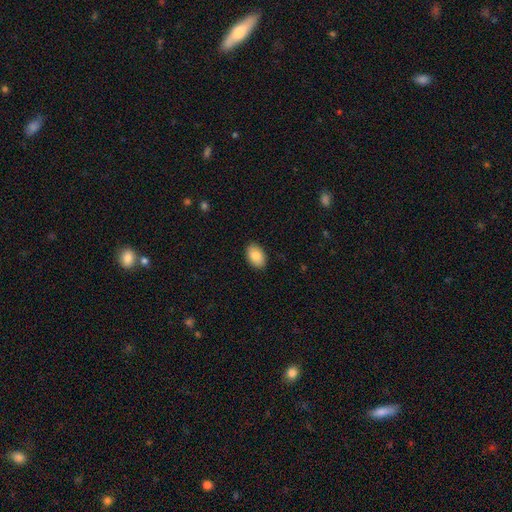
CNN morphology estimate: Smooth or featured? smooth (85%)
How rounded? in between (89%)
Merging? none (89%)